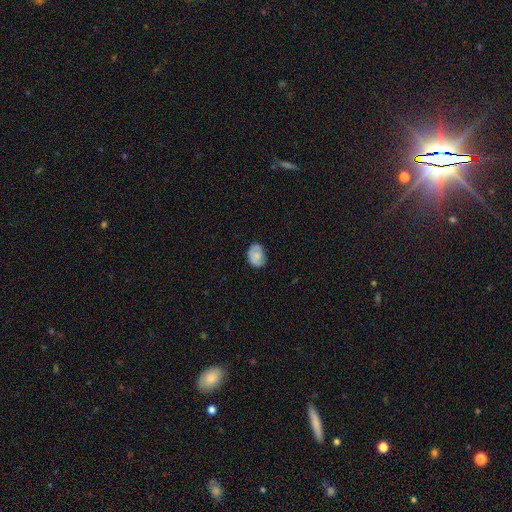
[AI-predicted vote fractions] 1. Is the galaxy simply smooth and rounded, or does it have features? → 68% smooth, 25% featured or disk, 8% star or artifact.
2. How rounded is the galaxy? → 73% in between, 26% round, 1% cigar-shaped.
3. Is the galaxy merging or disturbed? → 71% none, 22% minor disturbance, 5% major disturbance, 1% merger.